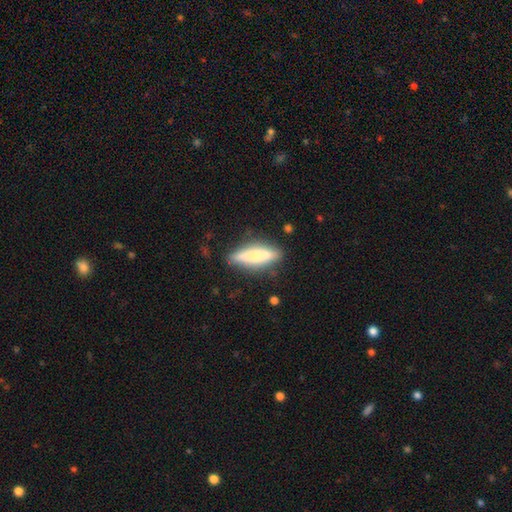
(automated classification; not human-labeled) smooth-or-featured: smooth: 57% | featured or disk: 37% | star or artifact: 6%
  how-rounded: cigar-shaped: 66% | in between: 32% | round: 2%
  merging: none: 81% | minor disturbance: 14% | major disturbance: 3% | merger: 2%